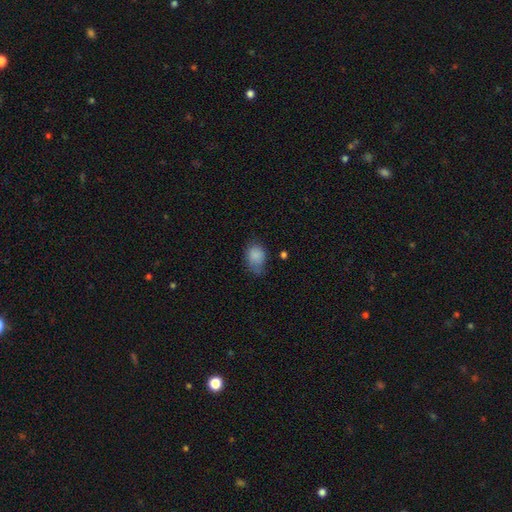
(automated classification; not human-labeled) Q: Smooth or featured?
A: smooth (84%); runner-up: star or artifact (9%)
Q: How rounded?
A: in between (64%); runner-up: round (35%)
Q: Merging?
A: none (44%); runner-up: minor disturbance (39%)